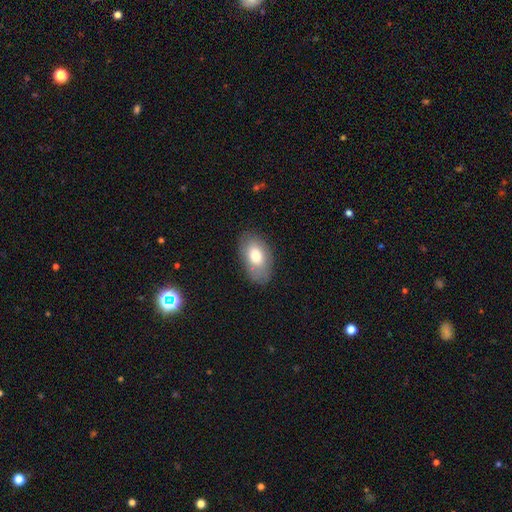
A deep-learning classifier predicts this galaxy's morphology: smooth_or_featured: smooth (p=0.75) [alt: featured or disk p=0.17]
how_rounded: in between (p=0.91) [alt: round p=0.07]
merging: none (p=0.79) [alt: minor disturbance p=0.15]